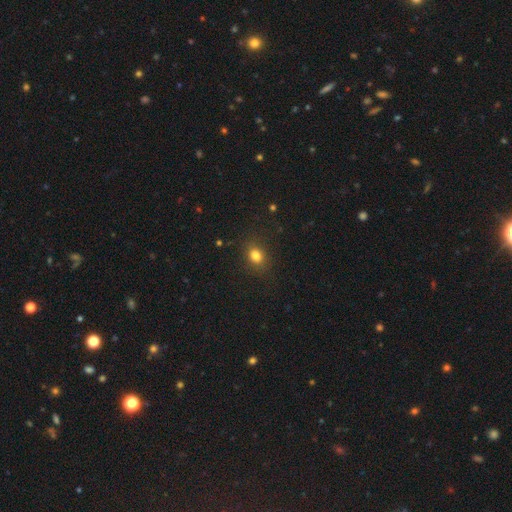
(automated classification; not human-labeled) A smooth galaxy with no disk features (81%) that is in between round and cigar-shaped (53%).

Vote fractions:
- Smooth or featured? smooth: 81% / star or artifact: 13% / featured or disk: 6%
- How rounded? in between: 53% / round: 46% / cigar-shaped: 1%
- Merging? none: 84% / minor disturbance: 11% / major disturbance: 4% / merger: 1%